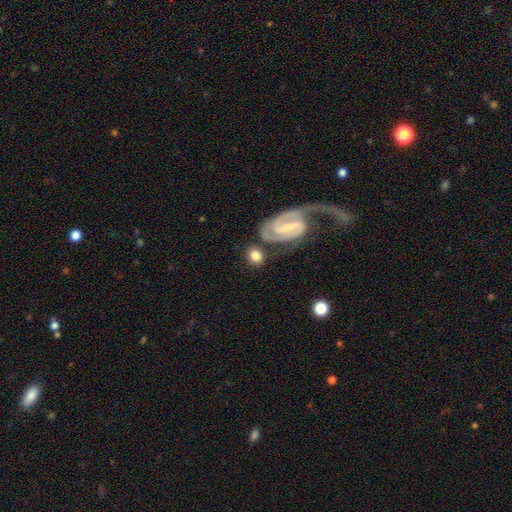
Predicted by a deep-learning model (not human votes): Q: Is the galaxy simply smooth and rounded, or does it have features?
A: smooth — 65%.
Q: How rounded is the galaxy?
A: round — 57%.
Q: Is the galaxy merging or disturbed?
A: none — 62%.